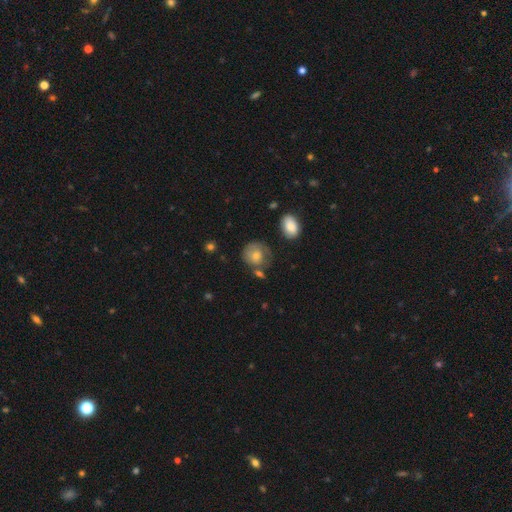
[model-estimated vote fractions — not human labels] This is likely a smooth galaxy (61%). How rounded: likely round (78%). Merging: possibly none (58%).